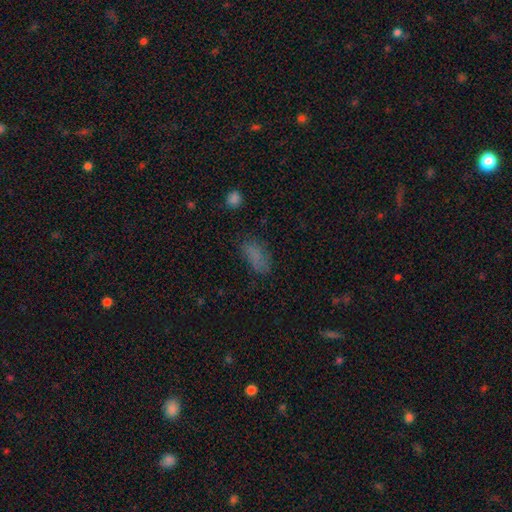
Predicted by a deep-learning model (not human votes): This appears to be a smooth galaxy with no disk features (74%) that is in between round and cigar-shaped (87%). Merging: none (63%).